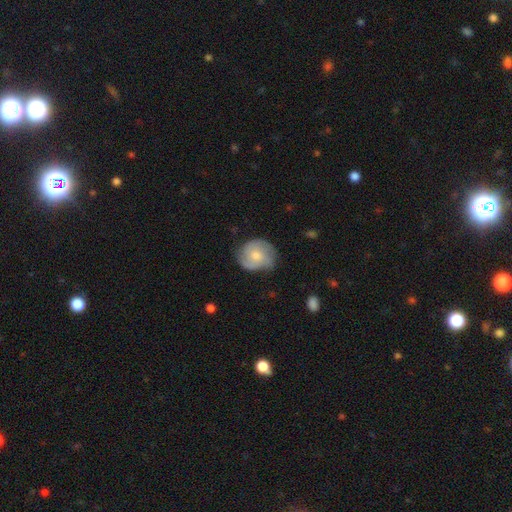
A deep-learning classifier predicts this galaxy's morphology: Overall: featured or disk (57%; smooth 37%). Edge-on disk: no (97%). Bar: no (69%). Spiral arms: yes (88%). Bulge size: moderate (57%; small 31%). Merging: none (68%).